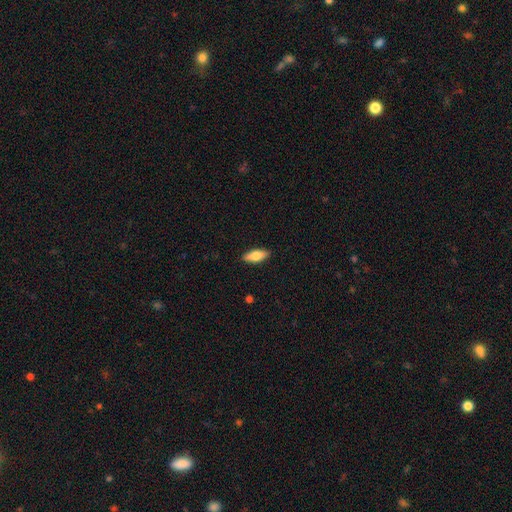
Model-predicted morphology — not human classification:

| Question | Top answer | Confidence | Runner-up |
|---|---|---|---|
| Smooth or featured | smooth | 75% | featured or disk (19%) |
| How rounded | in between | 71% | cigar-shaped (27%) |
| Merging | none | 89% | minor disturbance (8%) |